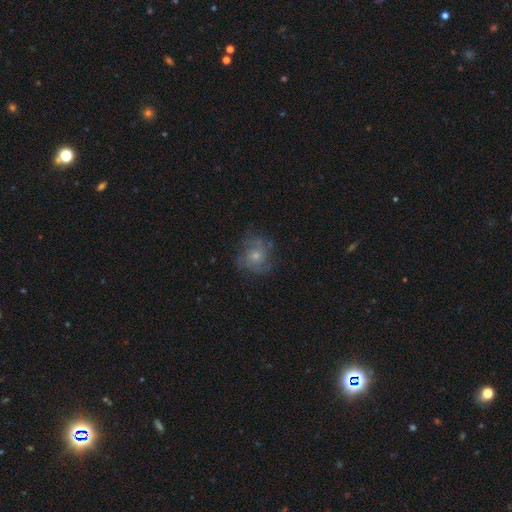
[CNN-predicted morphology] The model was most divided on "bulge size": small: 47%, moderate: 45%, large: 3%, none: 3%, dominant: 1%. More confident: edge-on disk — no (97%); spiral arms — yes (84%); bar — no (82%); merging — none (74%); smooth or featured — featured or disk (60%).